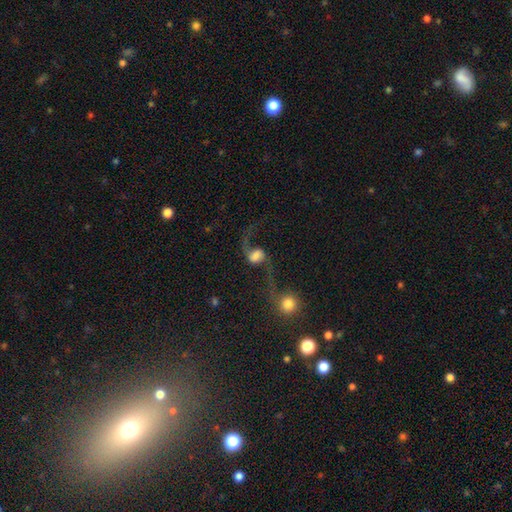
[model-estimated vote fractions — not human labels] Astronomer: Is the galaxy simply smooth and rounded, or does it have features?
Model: featured or disk — 73%.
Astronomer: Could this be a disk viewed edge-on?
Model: no — 96%.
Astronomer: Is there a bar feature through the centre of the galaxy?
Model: weak — 41% (runner-up: no, 40%).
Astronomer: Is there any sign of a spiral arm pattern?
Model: yes — 93%.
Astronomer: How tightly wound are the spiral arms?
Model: loose — 91%.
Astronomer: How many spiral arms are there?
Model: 2 — 90%.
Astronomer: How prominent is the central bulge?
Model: large — 37% (runner-up: moderate, 26%).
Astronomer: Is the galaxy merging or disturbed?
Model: none — 39% (runner-up: merger, 24%).